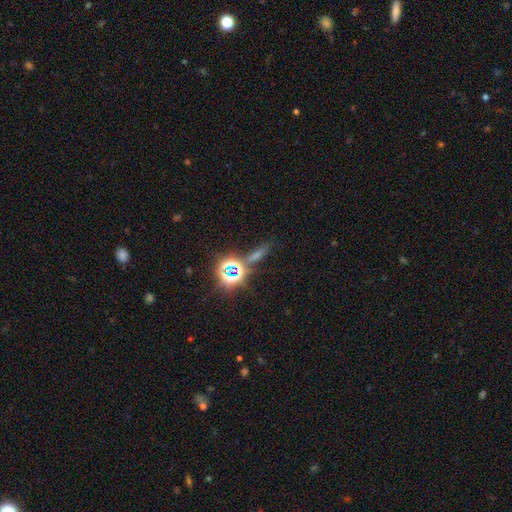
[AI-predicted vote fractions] Smooth or featured? Predicted: star or artifact (p=0.57).